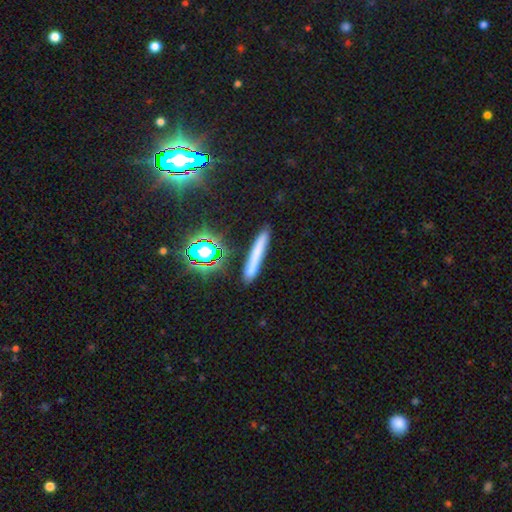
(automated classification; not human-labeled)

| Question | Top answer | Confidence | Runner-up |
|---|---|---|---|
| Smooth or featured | smooth | 61% | star or artifact (20%) |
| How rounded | cigar-shaped | 93% | in between (4%) |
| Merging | none | 83% | minor disturbance (10%) |